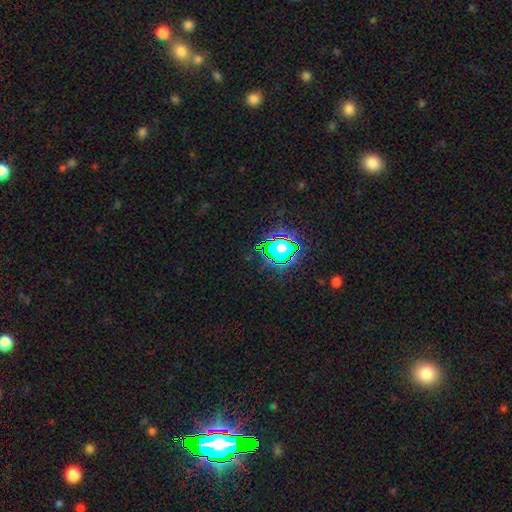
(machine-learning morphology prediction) This appears to be a star or artifact, not a galaxy (76%).